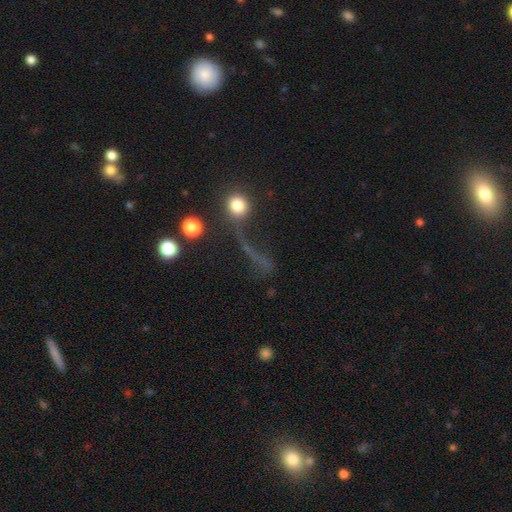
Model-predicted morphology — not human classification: Smooth or featured: star or artifact — 40% (smooth — 35%)